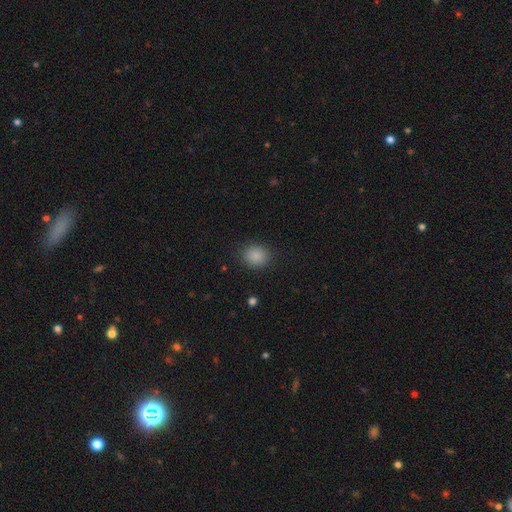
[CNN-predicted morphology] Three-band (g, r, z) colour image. It shows a smooth galaxy with no disk features (86%) that is round (73%). Merging: none (88%).